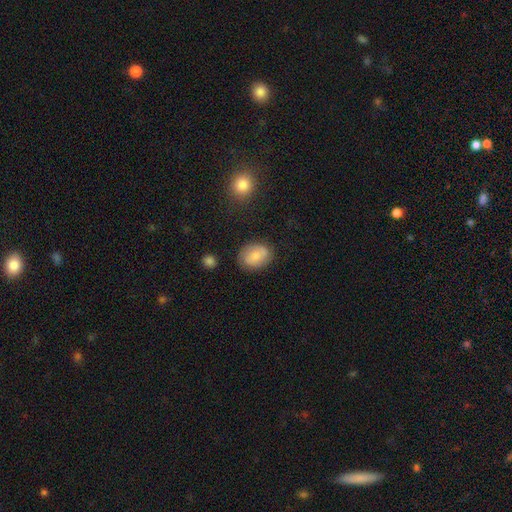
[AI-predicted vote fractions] smooth_or_featured: smooth (p=0.74) [alt: featured or disk p=0.19]
how_rounded: in between (p=0.65) [alt: round p=0.34]
merging: none (p=0.77) [alt: minor disturbance p=0.16]